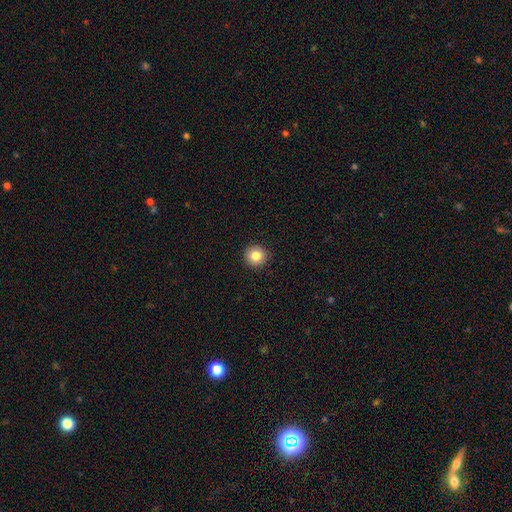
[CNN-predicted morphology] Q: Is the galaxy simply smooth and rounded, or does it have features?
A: smooth — 84%.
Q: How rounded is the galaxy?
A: round — 95%.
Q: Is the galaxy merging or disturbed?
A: none — 93%.